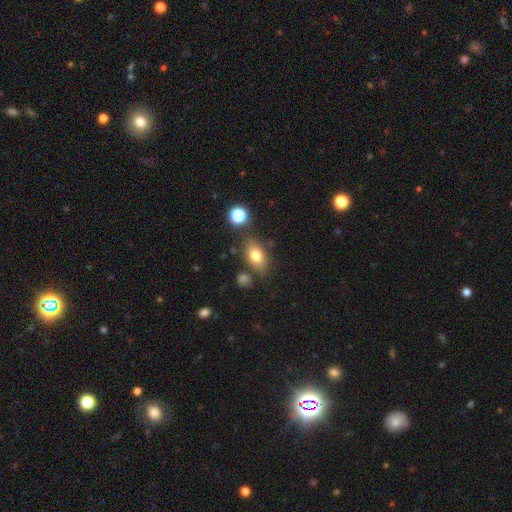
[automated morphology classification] This appears to be a smooth galaxy with no disk features (77%) that is in between round and cigar-shaped (82%). Merging: none (75%).